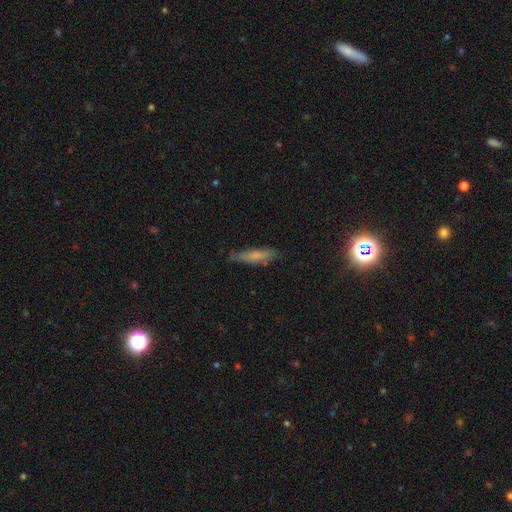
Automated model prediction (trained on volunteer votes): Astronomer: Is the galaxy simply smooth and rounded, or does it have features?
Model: smooth — 67%.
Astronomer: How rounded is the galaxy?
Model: cigar-shaped — 78%.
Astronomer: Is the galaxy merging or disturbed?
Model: none — 76%.